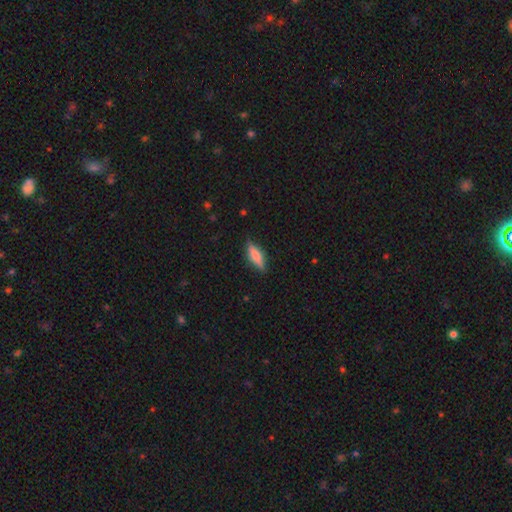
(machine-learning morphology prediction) Overall: smooth (64%; featured or disk 29%). How rounded: cigar-shaped (54%; in between 44%). Merging: none (84%).